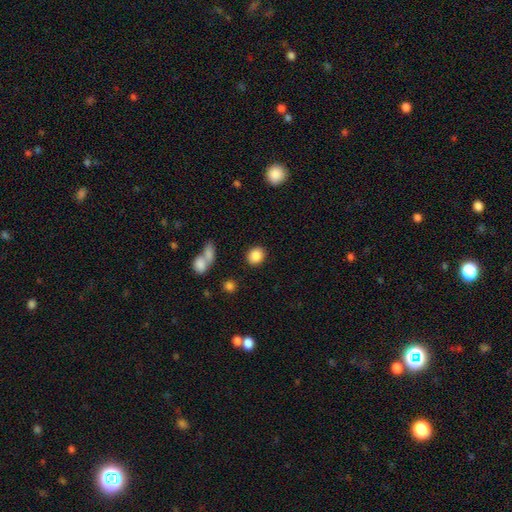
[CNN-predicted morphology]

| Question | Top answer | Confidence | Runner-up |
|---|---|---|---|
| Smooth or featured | smooth | 86% | star or artifact (9%) |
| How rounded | round | 63% | in between (35%) |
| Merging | none | 84% | minor disturbance (8%) |